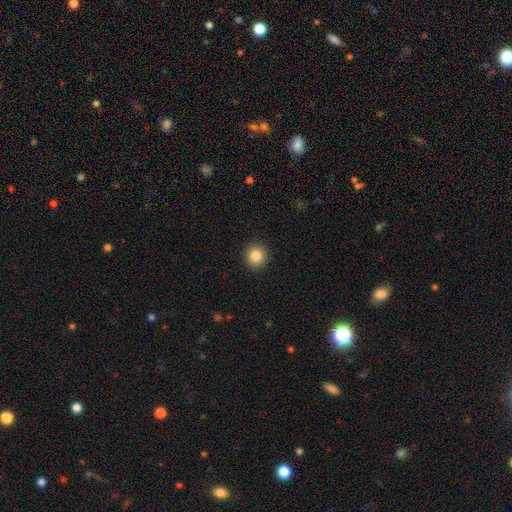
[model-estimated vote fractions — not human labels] Smooth or featured: smooth — 86% (star or artifact — 10%)
How rounded: round — 92% (in between — 7%)
Merging: none — 92% (minor disturbance — 5%)